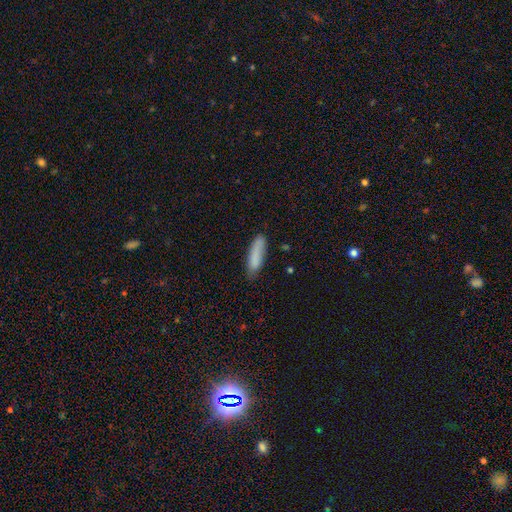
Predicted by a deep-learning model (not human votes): Morphology: type=smooth (83%); roundness=cigar-shaped (62%); merging=none (68%).